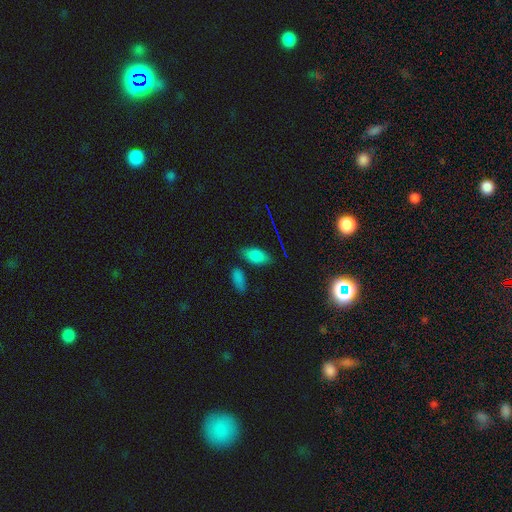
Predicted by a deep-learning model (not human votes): Smooth or featured? Predicted: smooth (p=0.78). How rounded? Predicted: in between (p=0.89). Merging? Predicted: none (p=0.76).